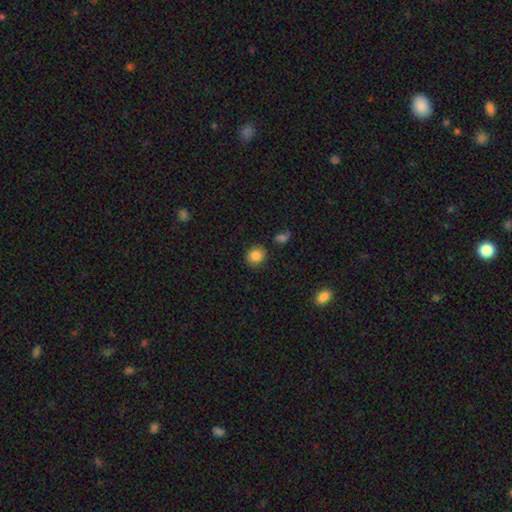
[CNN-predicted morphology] Overall: smooth (85%). How rounded: round (77%). Merging: none (85%).